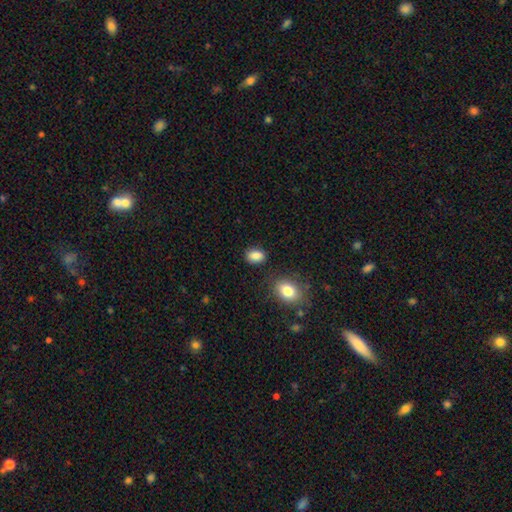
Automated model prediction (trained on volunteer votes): smooth 88%, star or artifact 9%, featured or disk 4%. Down the decision tree: how rounded — in between (79%); merging — none (82%).